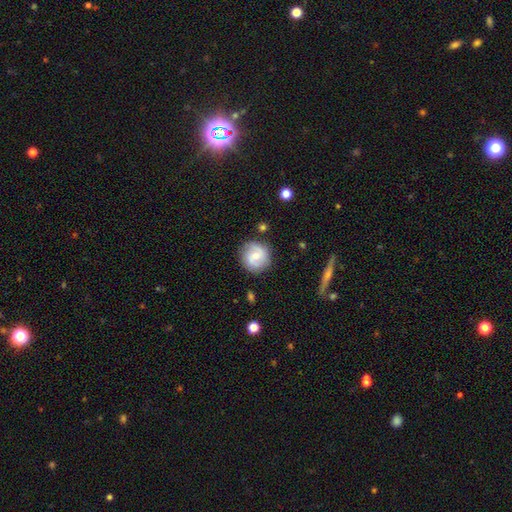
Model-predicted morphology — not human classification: smooth-or-featured: featured or disk: 57% | smooth: 36% | star or artifact: 7%
  disk-edge-on: no: 97% | yes: 3%
    bar: no: 45% | weak: 44% | strong: 11%
    has-spiral-arms: yes: 85% | no: 15%
    bulge-size: moderate: 51% | small: 43% | large: 2% | none: 2% | dominant: 1%
  merging: none: 82% | minor disturbance: 13% | major disturbance: 4% | merger: 2%